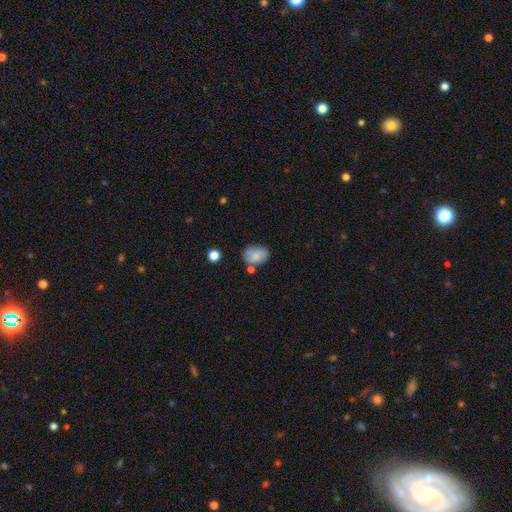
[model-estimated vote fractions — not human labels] Morphology: type=smooth (75%); roundness=in between (68%); merging=none (61%).